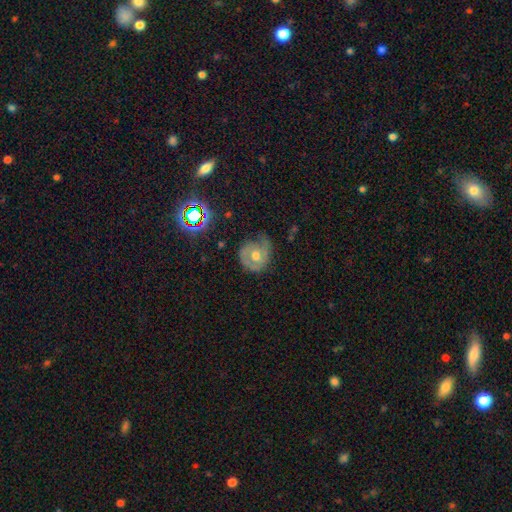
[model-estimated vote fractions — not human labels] smooth_or_featured: featured or disk (p=0.63) [alt: smooth p=0.27]
disk_edge_on: no (p=0.97) [alt: yes p=0.03]
bar: no (p=0.69) [alt: weak p=0.25]
has_spiral_arms: yes (p=0.80) [alt: no p=0.20]
bulge_size: moderate (p=0.74) [alt: small p=0.16]
merging: none (p=0.55) [alt: minor disturbance p=0.28]